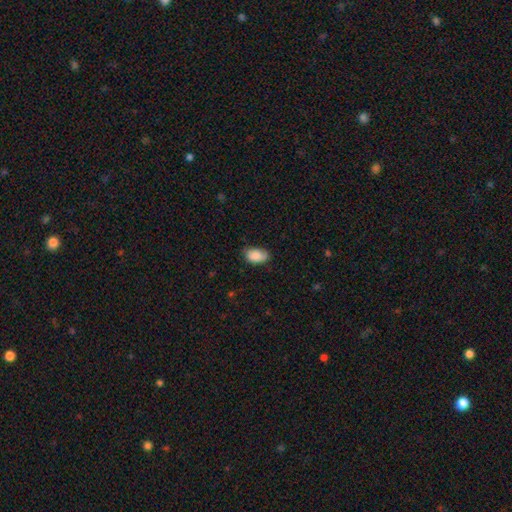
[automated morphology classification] Smooth or featured: smooth — 87% (star or artifact — 7%)
How rounded: in between — 92% (round — 7%)
Merging: none — 69% (minor disturbance — 25%)